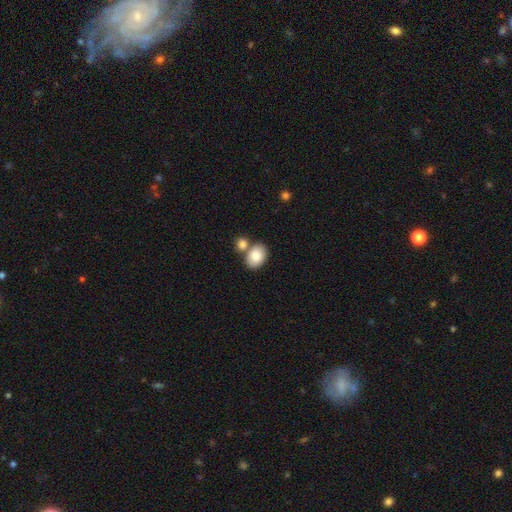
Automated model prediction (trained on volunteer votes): Overall: smooth (84%). How rounded: in between (76%). Merging: none (56%; merger 29%).